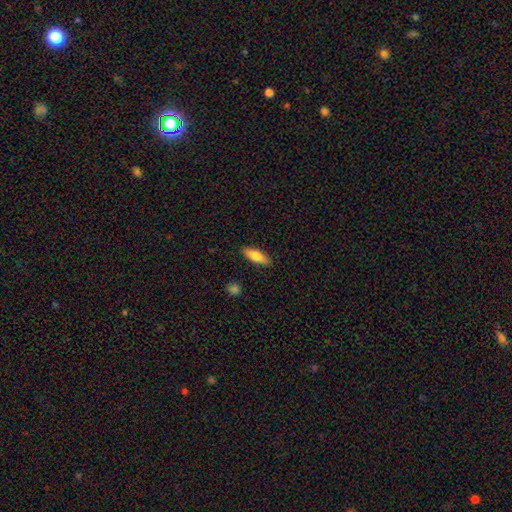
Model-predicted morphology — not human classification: This is likely a smooth galaxy (78%). How rounded: possibly in between (58%). Merging: clearly none (88%).